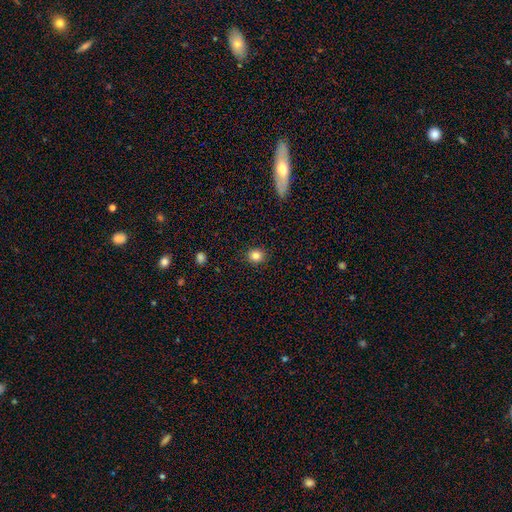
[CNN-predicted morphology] smooth_or_featured: smooth (p=0.84) [alt: star or artifact p=0.11]
how_rounded: round (p=0.82) [alt: in between p=0.17]
merging: none (p=0.90) [alt: minor disturbance p=0.07]